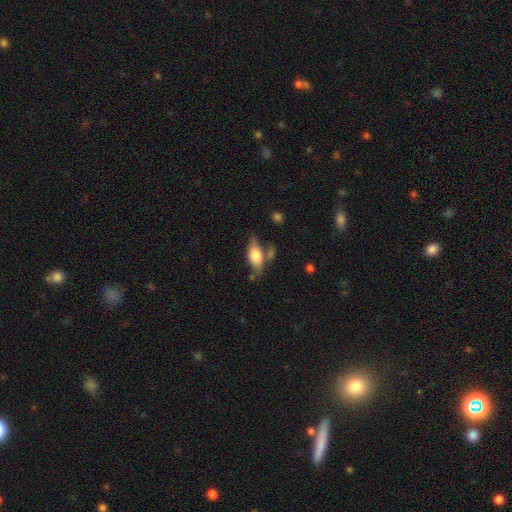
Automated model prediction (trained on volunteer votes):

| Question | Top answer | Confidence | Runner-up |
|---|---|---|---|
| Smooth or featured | smooth | 67% | featured or disk (26%) |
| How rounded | in between | 80% | cigar-shaped (16%) |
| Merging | none | 59% | minor disturbance (21%) |